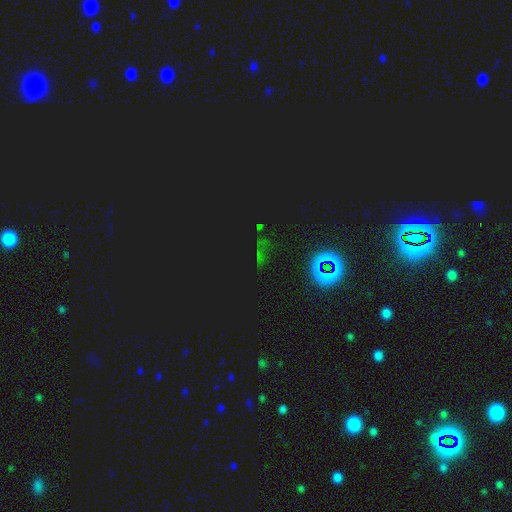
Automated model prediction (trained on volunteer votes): The model was most divided on "smooth or featured": star or artifact: 77%, smooth: 13%, featured or disk: 10%.